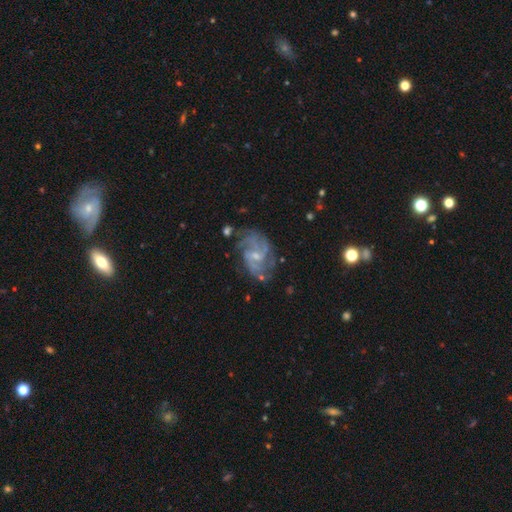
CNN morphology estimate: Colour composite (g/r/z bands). It shows a featured or disk galaxy (87%) with a weak bar (50%), 2 (27%) medium (46%) spiral arms (95%) and a small central bulge (63%). Merging: none (68%).